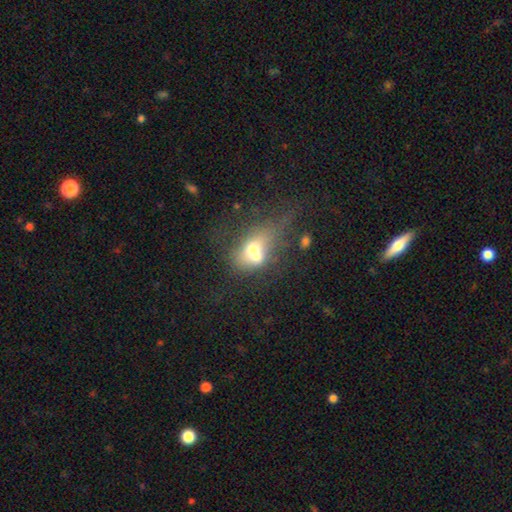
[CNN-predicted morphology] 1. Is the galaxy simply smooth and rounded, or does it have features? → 55% smooth, 32% featured or disk, 13% star or artifact.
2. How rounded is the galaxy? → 64% in between, 33% round, 3% cigar-shaped.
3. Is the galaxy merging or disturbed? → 50% merger, 19% none, 19% major disturbance, 12% minor disturbance.